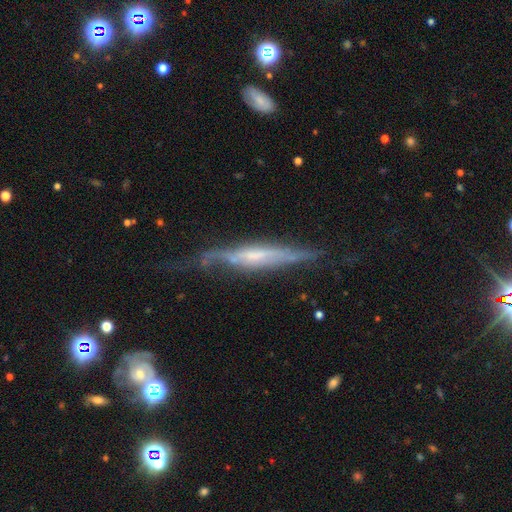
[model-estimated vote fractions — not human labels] smooth-or-featured: featured or disk: 72% | smooth: 21% | star or artifact: 6%
  disk-edge-on: yes: 84% | no: 16%
    edge-on-bulge: none: 41% | rounded: 35% | boxy: 24%
  merging: none: 54% | minor disturbance: 29% | major disturbance: 15% | merger: 3%